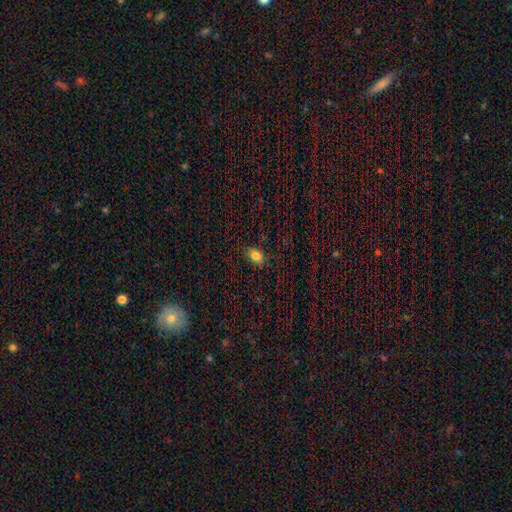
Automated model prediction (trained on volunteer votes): Morphology: type=smooth (81%); roundness=in between (74%); merging=none (84%).